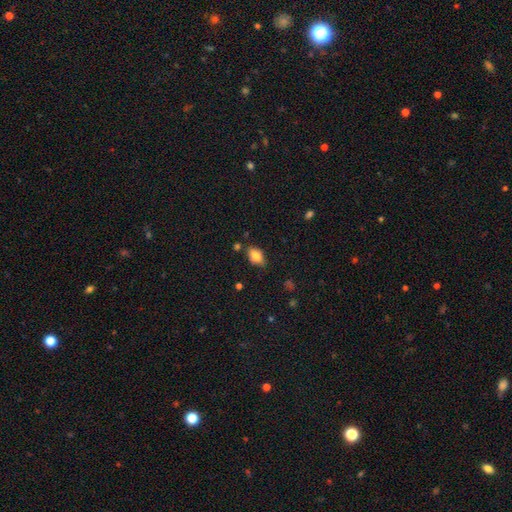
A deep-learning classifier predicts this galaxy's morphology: This appears to be a smooth galaxy with no disk features (81%) that is in between round and cigar-shaped (87%). Merging: none (75%).